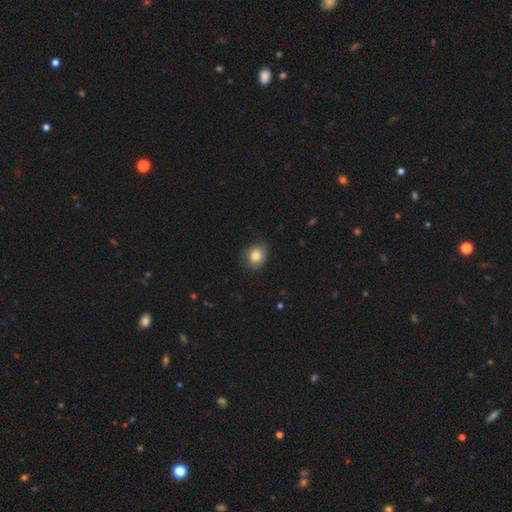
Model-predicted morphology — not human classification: A smooth galaxy with no disk features (81%) that is round (67%).

Vote fractions:
- Smooth or featured? smooth: 81% / featured or disk: 11% / star or artifact: 8%
- How rounded? round: 67% / in between: 32% / cigar-shaped: 1%
- Merging? none: 72% / minor disturbance: 21% / major disturbance: 5% / merger: 1%